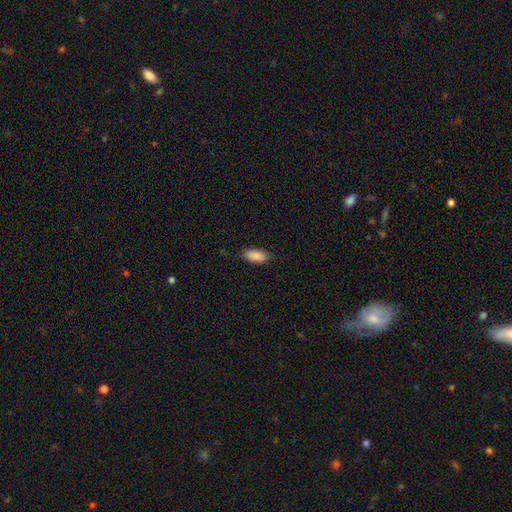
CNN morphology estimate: A smooth galaxy with no disk features (89%) that is in between round and cigar-shaped (88%).

Vote fractions:
- Smooth or featured? smooth: 89% / star or artifact: 6% / featured or disk: 4%
- How rounded? in between: 88% / cigar-shaped: 10% / round: 2%
- Merging? none: 84% / minor disturbance: 13% / major disturbance: 2% / merger: 1%